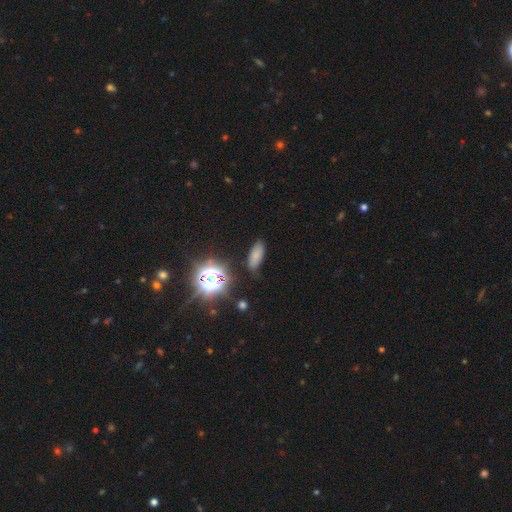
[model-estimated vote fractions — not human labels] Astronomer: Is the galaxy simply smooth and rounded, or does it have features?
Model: smooth — 70%.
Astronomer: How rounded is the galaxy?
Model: in between — 77%.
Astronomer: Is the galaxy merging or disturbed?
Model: none — 83%.